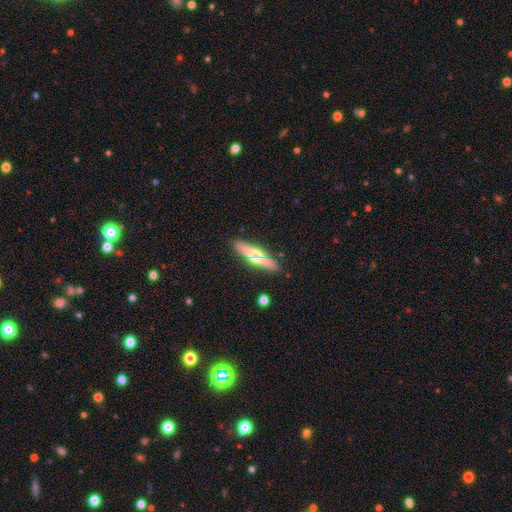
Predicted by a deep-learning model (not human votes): featured or disk 55%, smooth 38%, star or artifact 7%. Down the decision tree: edge-on disk — yes (92%); edge-on bulge — rounded (90%); merging — none (87%).